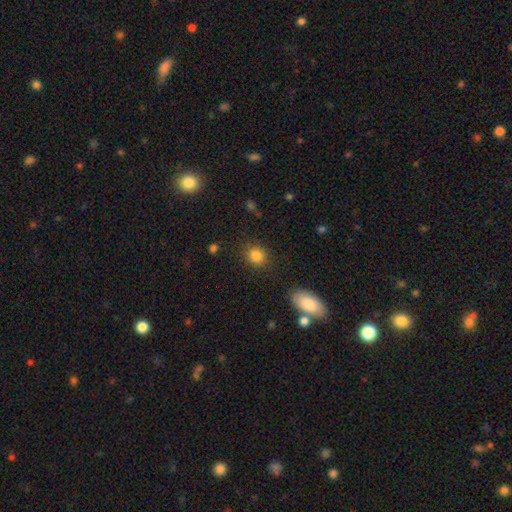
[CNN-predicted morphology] This is clearly a smooth galaxy (85%). How rounded: likely round (71%). Merging: clearly none (85%).